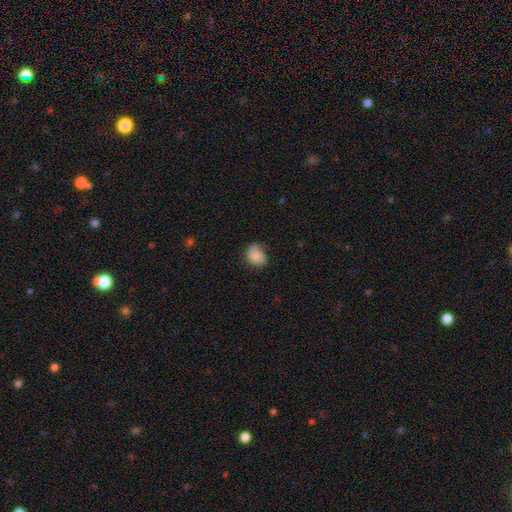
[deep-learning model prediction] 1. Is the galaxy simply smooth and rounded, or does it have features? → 64% smooth, 28% featured or disk, 8% star or artifact.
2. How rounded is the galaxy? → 56% in between, 43% round, 1% cigar-shaped.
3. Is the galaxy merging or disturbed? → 47% none, 32% minor disturbance, 19% major disturbance, 2% merger.